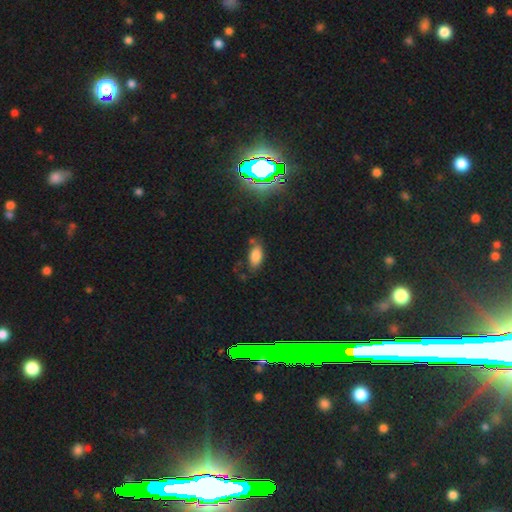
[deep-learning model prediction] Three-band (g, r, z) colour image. It shows a smooth galaxy with no disk features (79%) that is in between round and cigar-shaped (91%). Merging: none (66%).